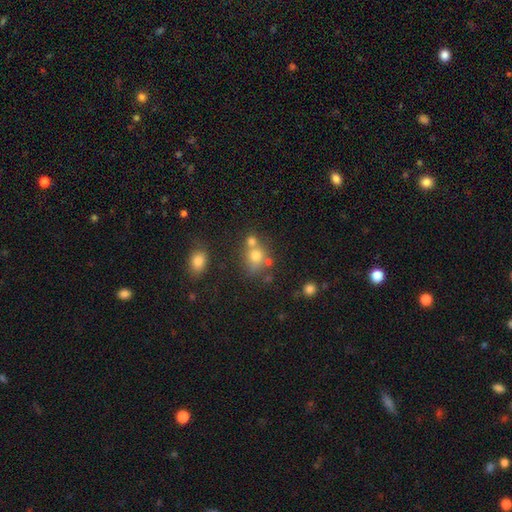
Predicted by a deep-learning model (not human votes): A smooth galaxy with no disk features (71%) that is round (71%). Merging: none (46%).